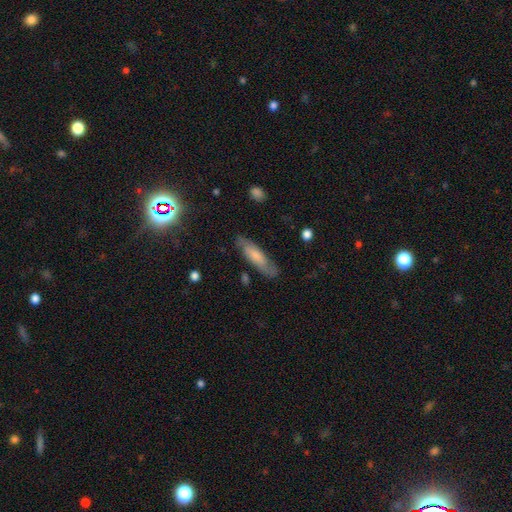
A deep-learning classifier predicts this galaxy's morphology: type=smooth (54%); roundness=cigar-shaped (65%); merging=none (79%).